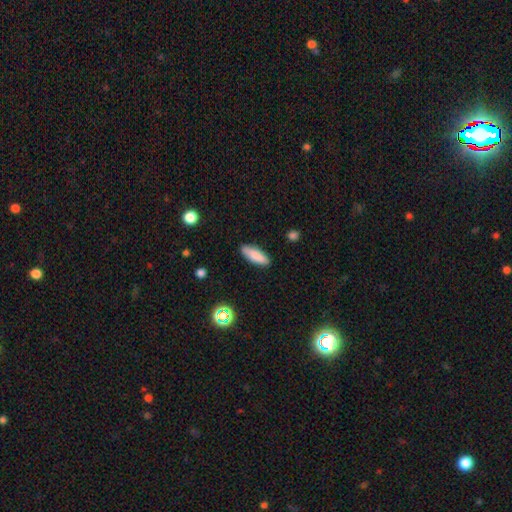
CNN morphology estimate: The model was most divided on "how rounded": in between: 57%, cigar-shaped: 41%, round: 2%. More confident: merging — none (86%); smooth or featured — smooth (84%).